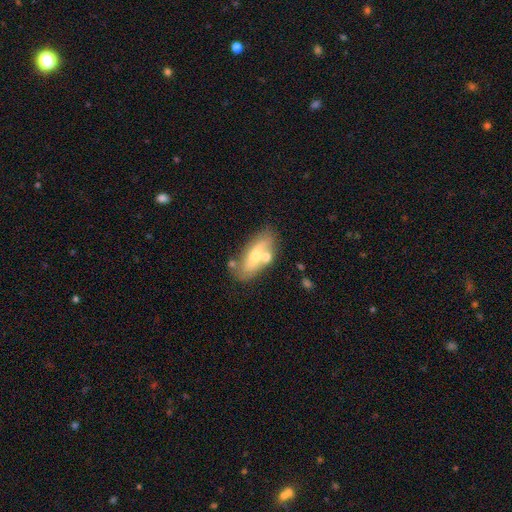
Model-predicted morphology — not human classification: Overall: smooth (47%; featured or disk 46%). Merging: none (61%).